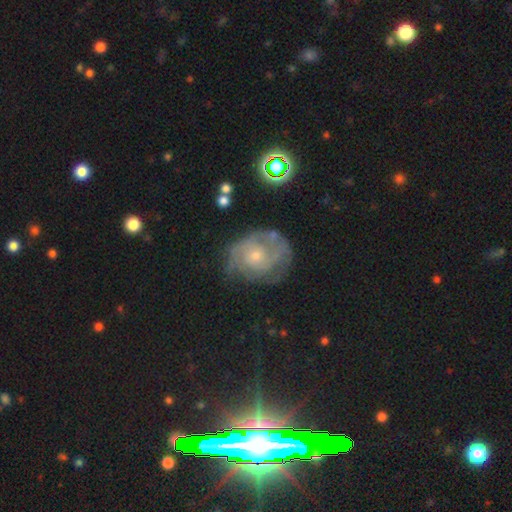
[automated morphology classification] Smooth or featured: featured or disk — 73% (smooth — 18%)
Edge-on disk: no — 97% (yes — 3%)
Bar: no — 78% (weak — 19%)
Spiral arms: yes — 82% (no — 18%)
Spiral winding: tight — 55% (medium — 33%)
Spiral arm count: can't tell — 44% (2 — 26%)
Bulge size: small — 60% (moderate — 35%)
Merging: none — 57% (minor disturbance — 24%)